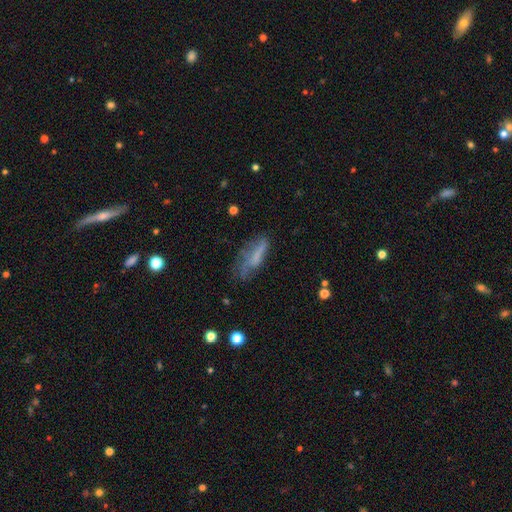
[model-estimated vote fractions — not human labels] smooth 55%, featured or disk 33%, star or artifact 11%. Down the decision tree: how rounded — cigar-shaped (52%); merging — none (43%).